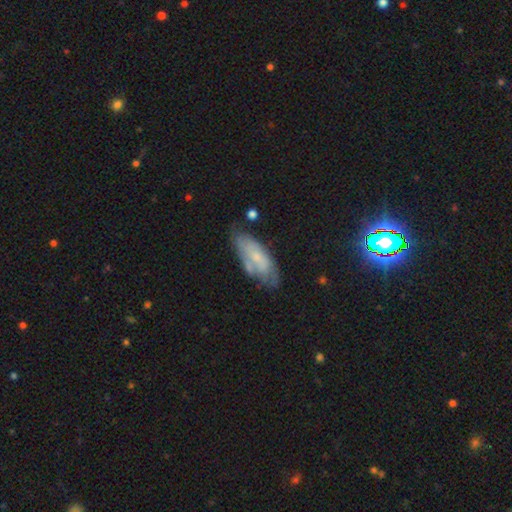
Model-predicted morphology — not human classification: A smooth galaxy with no disk features (47%).

Vote fractions:
- Smooth or featured? smooth: 47% / featured or disk: 45% / star or artifact: 8%
- Merging? none: 56% / minor disturbance: 28% / major disturbance: 9% / merger: 7%